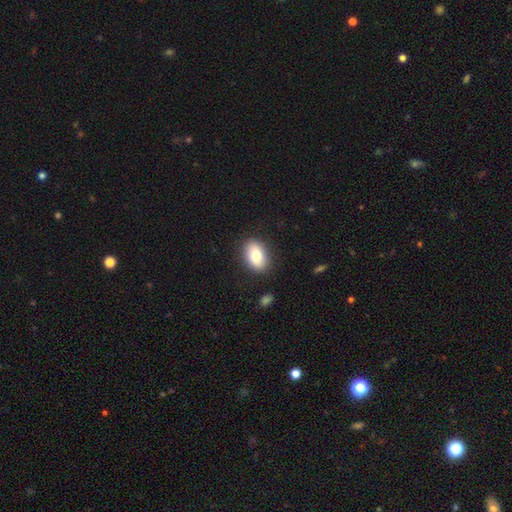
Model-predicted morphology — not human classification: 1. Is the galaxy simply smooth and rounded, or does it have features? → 79% smooth, 15% featured or disk, 7% star or artifact.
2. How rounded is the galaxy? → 86% in between, 12% round, 2% cigar-shaped.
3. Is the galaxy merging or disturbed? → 85% none, 10% minor disturbance, 3% major disturbance, 1% merger.